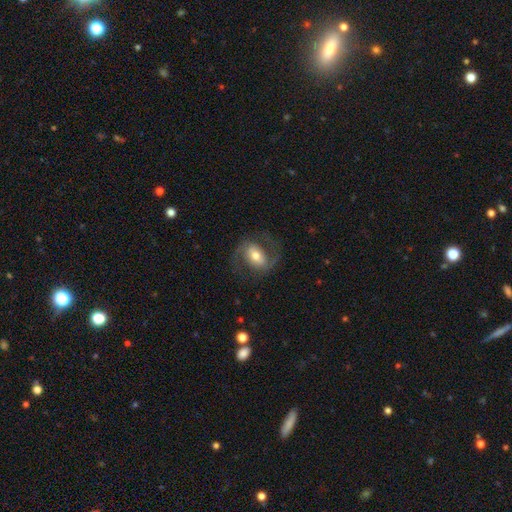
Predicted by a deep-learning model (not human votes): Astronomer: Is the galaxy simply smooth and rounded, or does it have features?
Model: featured or disk — 73%.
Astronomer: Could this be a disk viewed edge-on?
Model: no — 96%.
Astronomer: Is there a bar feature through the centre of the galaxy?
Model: weak — 39% (runner-up: strong, 34%).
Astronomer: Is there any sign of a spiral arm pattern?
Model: yes — 89%.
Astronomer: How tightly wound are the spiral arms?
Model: medium — 54%.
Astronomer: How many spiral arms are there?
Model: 2 — 90%.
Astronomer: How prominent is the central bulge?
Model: moderate — 62%.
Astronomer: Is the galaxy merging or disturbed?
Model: none — 74%.